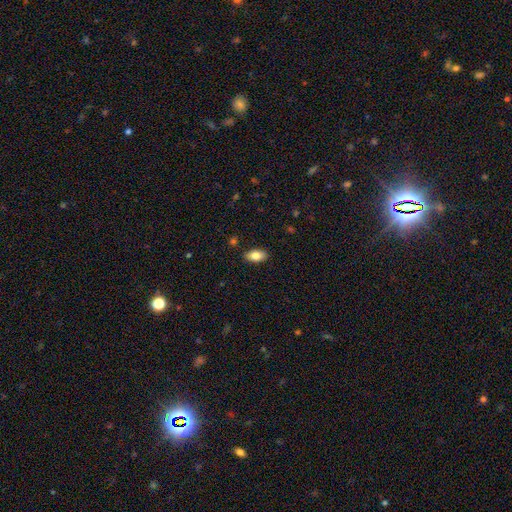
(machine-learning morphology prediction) The model was most divided on "smooth or featured": smooth: 81%, featured or disk: 12%, star or artifact: 7%. More confident: how rounded — in between (91%); merging — none (88%).